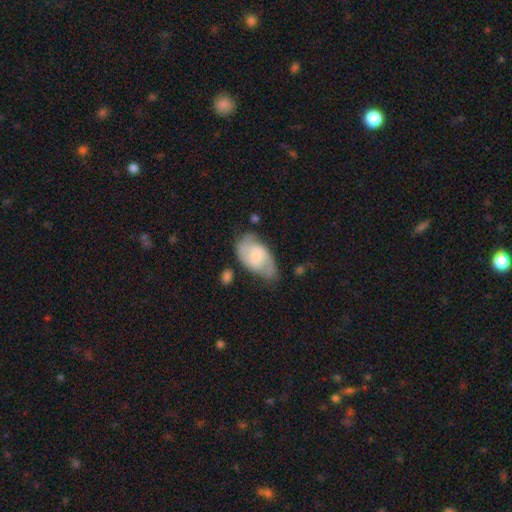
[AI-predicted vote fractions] Smooth or featured? featured or disk (67%)
Edge-on disk? no (96%)
Bar? no (51%)
Spiral arms? yes (91%)
Spiral winding? medium (50%)
Spiral arm count? 2 (82%)
Bulge size? small (54%)
Merging? none (62%)